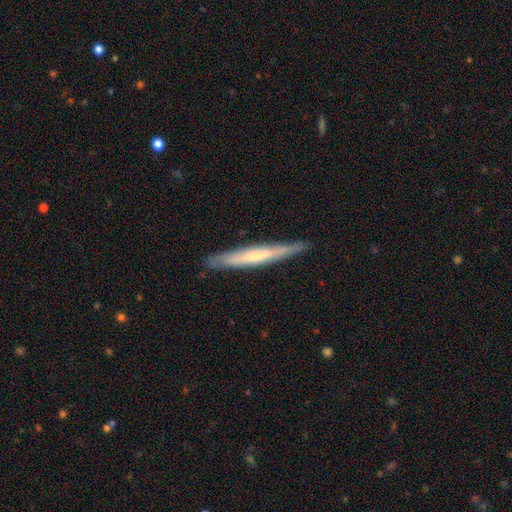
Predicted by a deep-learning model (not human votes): A featured or disk galaxy (48%). Merging: none (87%).